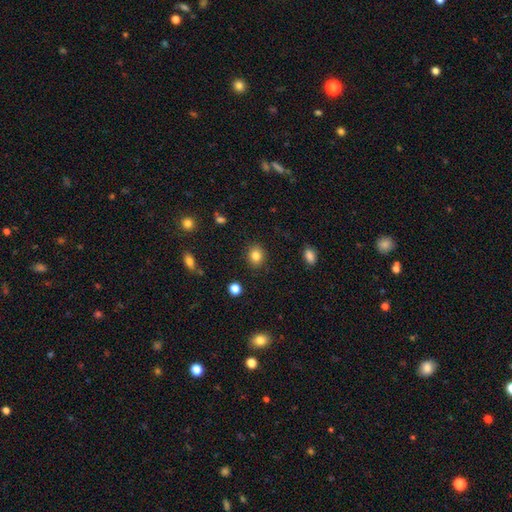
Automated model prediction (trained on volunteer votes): Smooth or featured: smooth — 83% (star or artifact — 10%)
How rounded: round — 65% (in between — 34%)
Merging: none — 88% (minor disturbance — 8%)